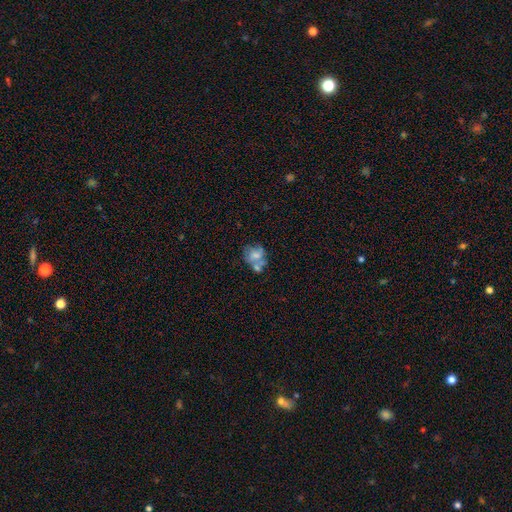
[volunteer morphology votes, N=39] Smooth or featured?
  - featured or disk: 56% *
  - smooth: 33%
  - star or artifact: 10%
Edge-on disk?
  - no: 95% *
  - yes: 5%
Bar?
  - no: 76% *
  - weak: 14%
  - strong: 10%
Spiral arms?
  - no: 86% *
  - yes: 14%
Bulge size?
  - moderate: 43% *
  - none: 29%
  - large: 14%
  - small: 10%
  - dominant: 5%
Merging?
  - merger: 63% *
  - none: 20%
  - minor disturbance: 9%
  - major disturbance: 9%